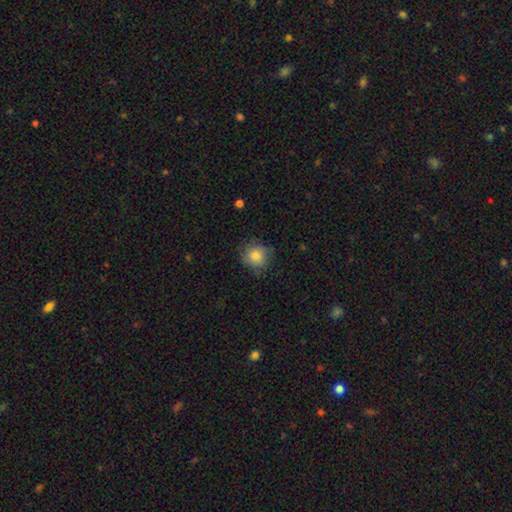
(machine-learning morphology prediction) A smooth galaxy with no disk features (78%) that is round (86%). Merging: none (72%).